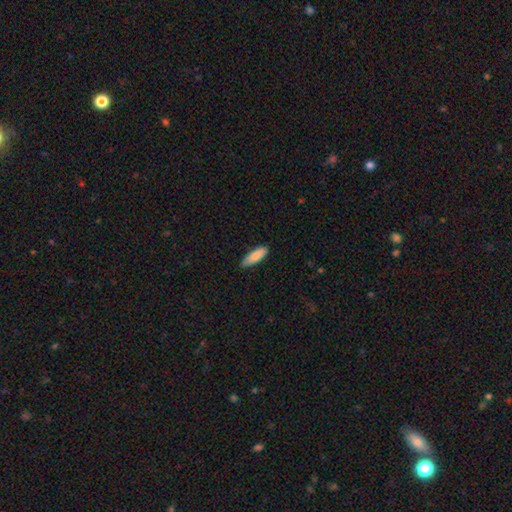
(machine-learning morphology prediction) Smooth or featured? smooth (84%)
How rounded? in between (58%)
Merging? none (84%)